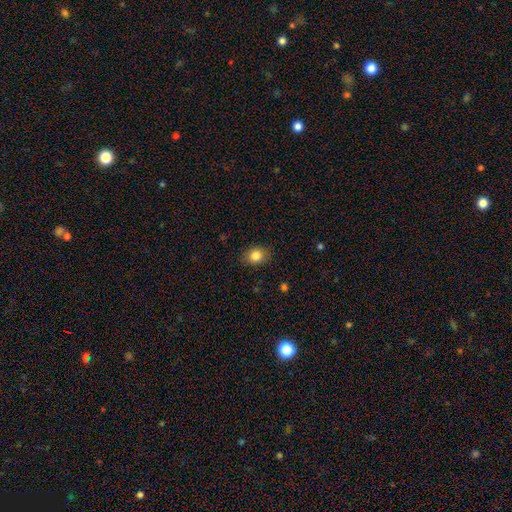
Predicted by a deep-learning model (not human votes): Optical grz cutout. It shows a smooth galaxy with no disk features (84%) that is round (51%). Merging: none (86%).